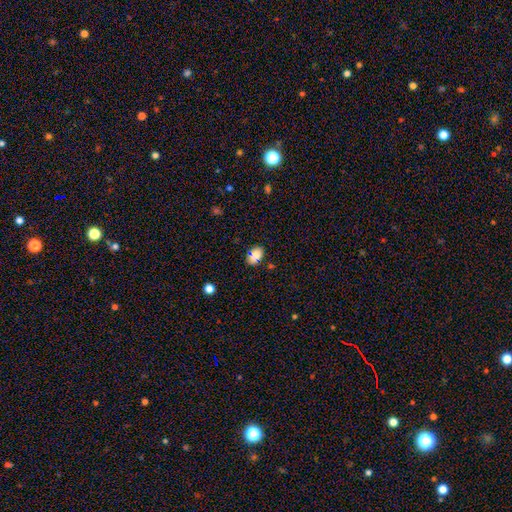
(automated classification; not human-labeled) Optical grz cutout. It shows a smooth galaxy with no disk features (79%) that is in between round and cigar-shaped (81%). Merging: none (78%).